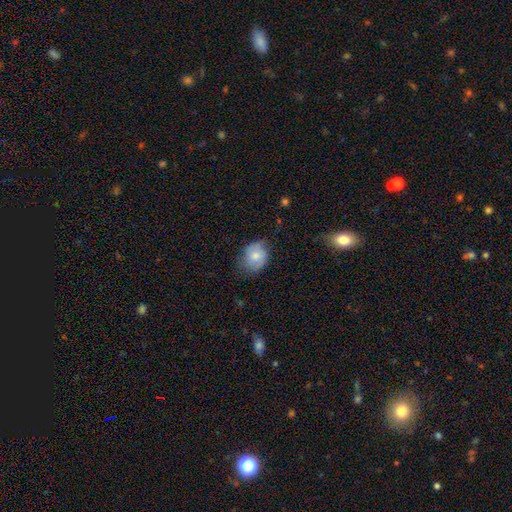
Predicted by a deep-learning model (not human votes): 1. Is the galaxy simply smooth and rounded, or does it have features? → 72% smooth, 21% featured or disk, 7% star or artifact.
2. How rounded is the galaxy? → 54% round, 45% in between, 1% cigar-shaped.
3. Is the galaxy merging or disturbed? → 62% none, 29% minor disturbance, 8% major disturbance, 1% merger.